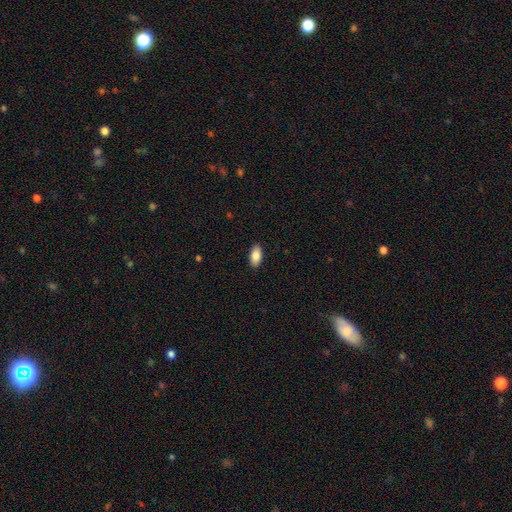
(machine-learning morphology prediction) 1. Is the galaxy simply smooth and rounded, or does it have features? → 86% smooth, 8% featured or disk, 7% star or artifact.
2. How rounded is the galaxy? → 92% in between, 5% cigar-shaped, 2% round.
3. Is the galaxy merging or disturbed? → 90% none, 8% minor disturbance, 2% major disturbance, 1% merger.